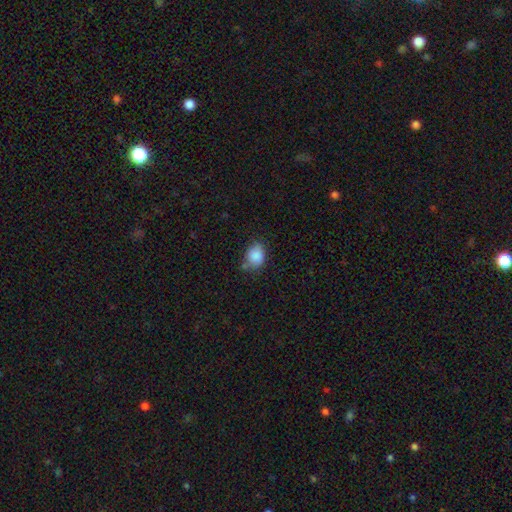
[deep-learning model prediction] Smooth or featured? smooth (86%)
How rounded? in between (55%)
Merging? none (64%)